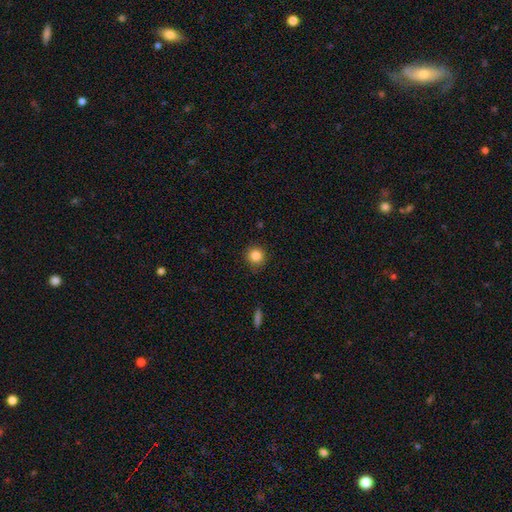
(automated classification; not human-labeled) Smooth or featured: smooth — 85% (star or artifact — 10%)
How rounded: round — 94% (in between — 5%)
Merging: none — 88% (minor disturbance — 8%)